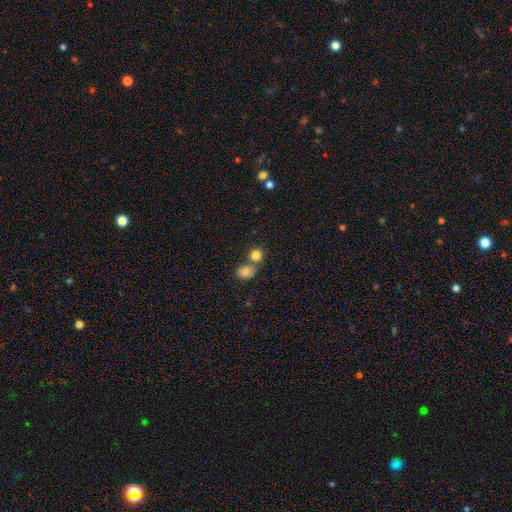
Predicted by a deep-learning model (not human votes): This is clearly a smooth galaxy (81%). How rounded: clearly round (86%). Merging: possibly none (56%).